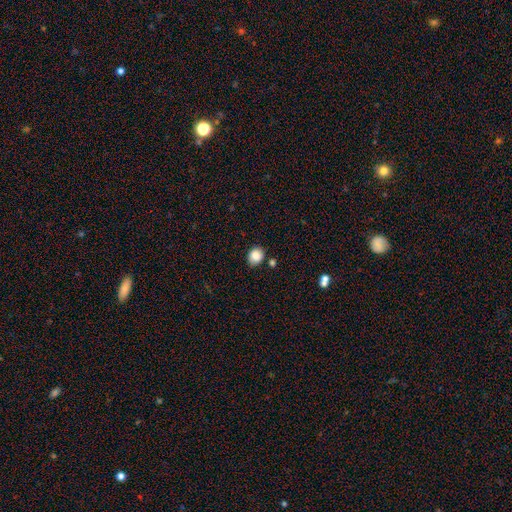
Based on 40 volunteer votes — A smooth galaxy with no disk features (85%) that is round (65%). Merging: none (71%).